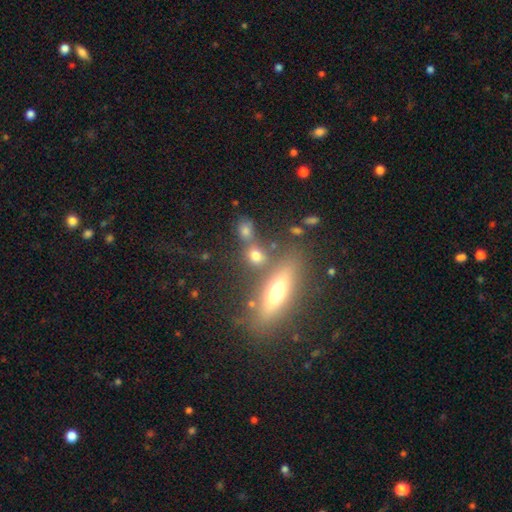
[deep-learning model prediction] Q: Smooth or featured?
A: smooth (70%); runner-up: star or artifact (16%)
Q: How rounded?
A: round (52%); runner-up: in between (38%)
Q: Merging?
A: none (59%); runner-up: merger (25%)